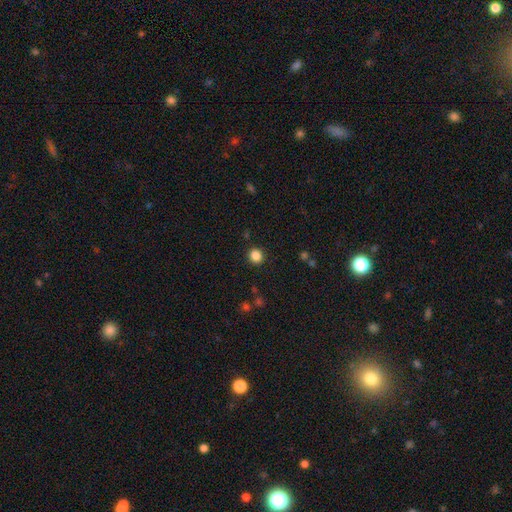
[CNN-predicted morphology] Smooth or featured?
  - smooth: 85% *
  - star or artifact: 11%
  - featured or disk: 4%
How rounded?
  - round: 86% *
  - in between: 13%
  - cigar-shaped: 1%
Merging?
  - none: 91% *
  - minor disturbance: 6%
  - major disturbance: 2%
  - merger: 1%